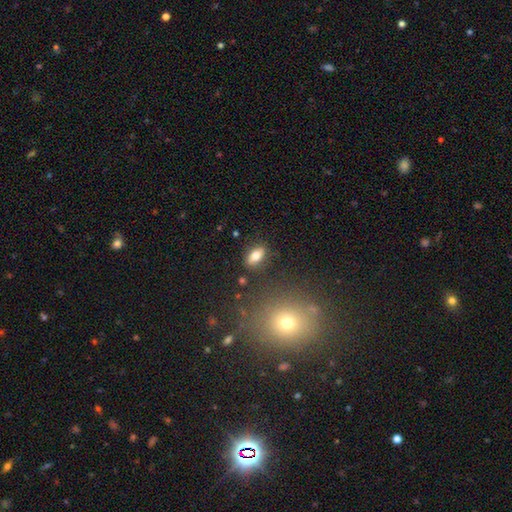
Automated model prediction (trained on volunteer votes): A smooth galaxy with no disk features (74%) that is in between round and cigar-shaped (86%).

Vote fractions:
- Smooth or featured? smooth: 74% / featured or disk: 17% / star or artifact: 9%
- How rounded? in between: 86% / cigar-shaped: 8% / round: 6%
- Merging? none: 84% / minor disturbance: 10% / major disturbance: 3% / merger: 3%